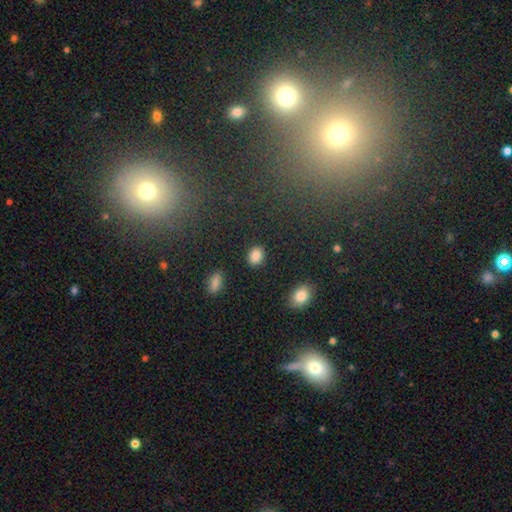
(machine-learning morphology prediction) smooth_or_featured: smooth (p=0.86) [alt: star or artifact p=0.09]
how_rounded: in between (p=0.55) [alt: round p=0.44]
merging: none (p=0.87) [alt: minor disturbance p=0.09]